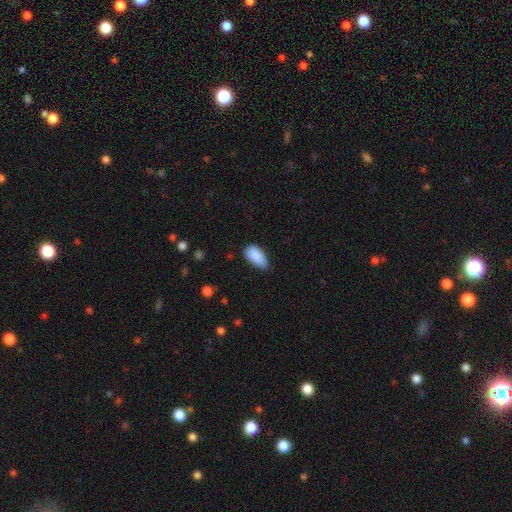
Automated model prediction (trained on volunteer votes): The model was most divided on "merging": none: 56%, minor disturbance: 37%, major disturbance: 5%, merger: 2%. More confident: how rounded — in between (93%); smooth or featured — smooth (88%).